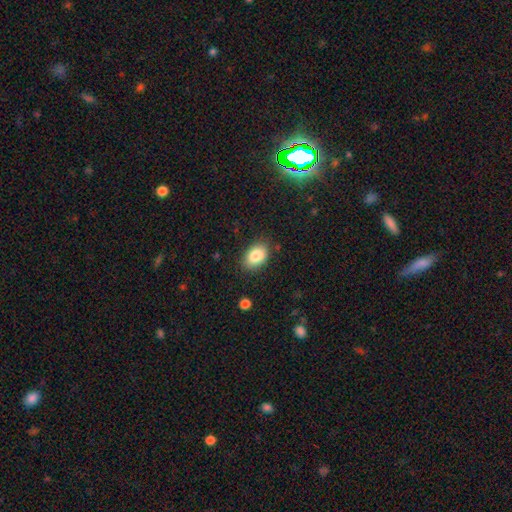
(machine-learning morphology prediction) The model was most divided on "how rounded": in between: 84%, round: 14%, cigar-shaped: 1%. More confident: smooth or featured — smooth (85%); merging — none (83%).